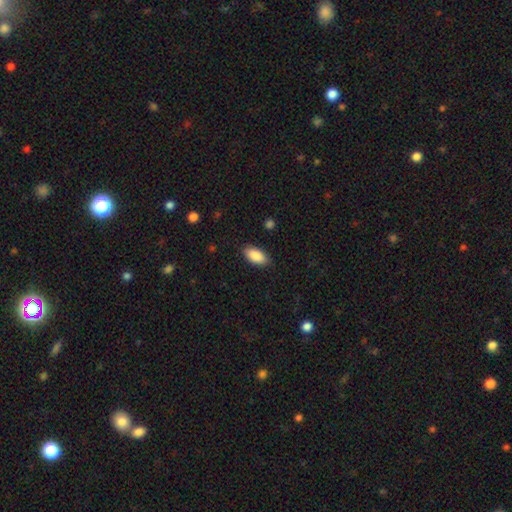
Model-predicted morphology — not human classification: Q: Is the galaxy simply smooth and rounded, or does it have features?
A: smooth — 89%.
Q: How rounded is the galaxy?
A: in between — 93%.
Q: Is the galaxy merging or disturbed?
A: none — 87%.